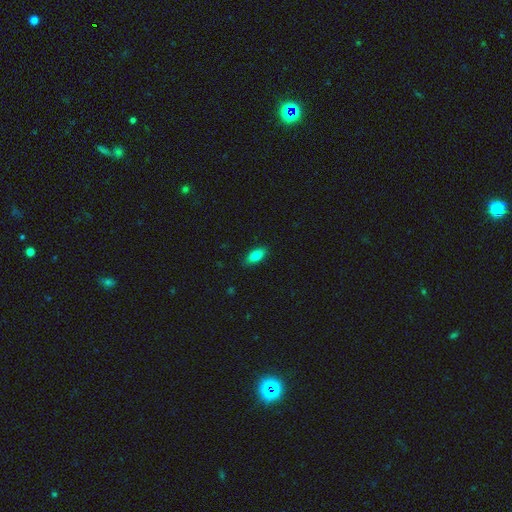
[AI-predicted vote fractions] The model was most divided on "smooth or featured": smooth: 84%, featured or disk: 9%, star or artifact: 7%. More confident: merging — none (87%); how rounded — in between (86%).